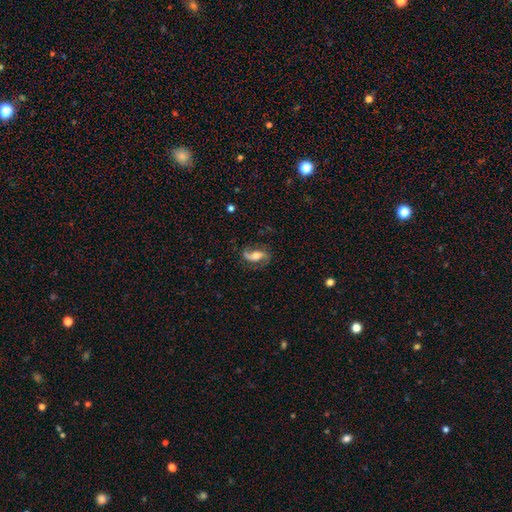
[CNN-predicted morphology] Q: Smooth or featured?
A: featured or disk (77%); runner-up: smooth (16%)
Q: Edge-on disk?
A: no (94%); runner-up: yes (6%)
Q: Bar?
A: no (45%); runner-up: weak (32%)
Q: Spiral arms?
A: yes (93%); runner-up: no (7%)
Q: Spiral winding?
A: loose (60%); runner-up: medium (30%)
Q: Spiral arm count?
A: 2 (87%); runner-up: 1 (7%)
Q: Bulge size?
A: moderate (63%); runner-up: small (18%)
Q: Merging?
A: none (73%); runner-up: minor disturbance (16%)